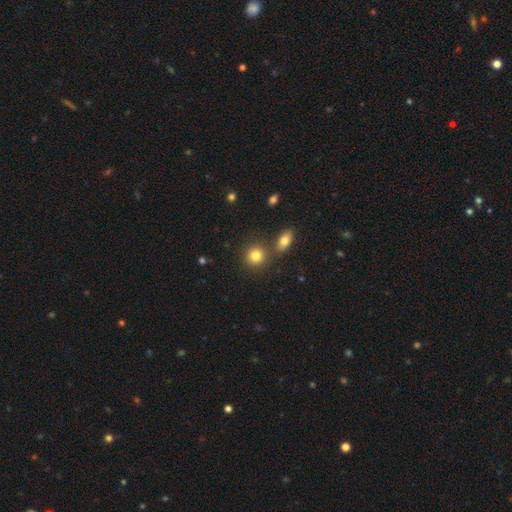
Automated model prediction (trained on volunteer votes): This is clearly a smooth galaxy (82%). How rounded: clearly round (84%). Merging: likely none (72%).